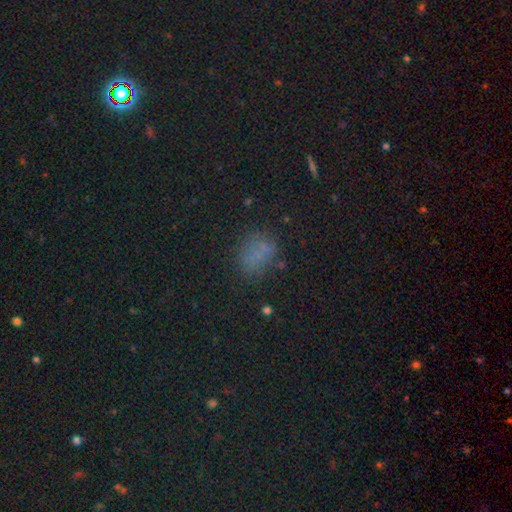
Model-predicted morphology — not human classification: Overall: smooth (62%; star or artifact 25%). How rounded: in between (69%). Merging: none (67%).